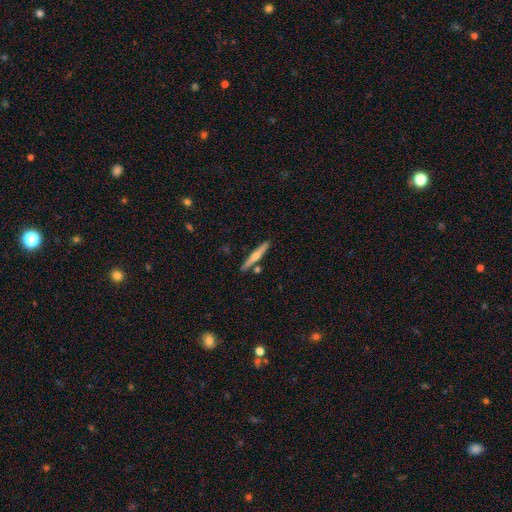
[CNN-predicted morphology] smooth_or_featured: featured or disk (p=0.51) [alt: smooth p=0.43]
disk_edge_on: yes (p=0.96) [alt: no p=0.04]
merging: none (p=0.83) [alt: minor disturbance p=0.09]